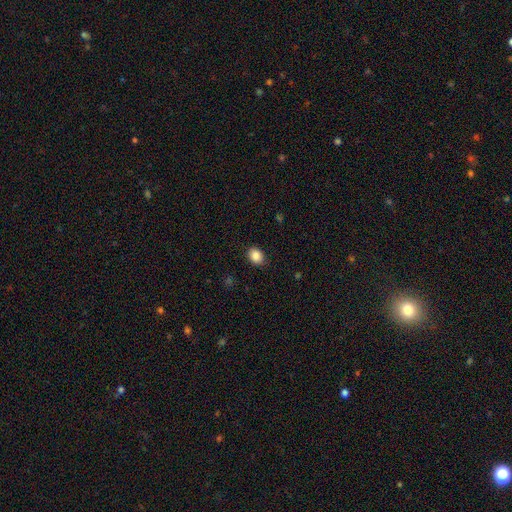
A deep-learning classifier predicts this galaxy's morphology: Smooth or featured? smooth (87%)
How rounded? in between (60%)
Merging? none (87%)